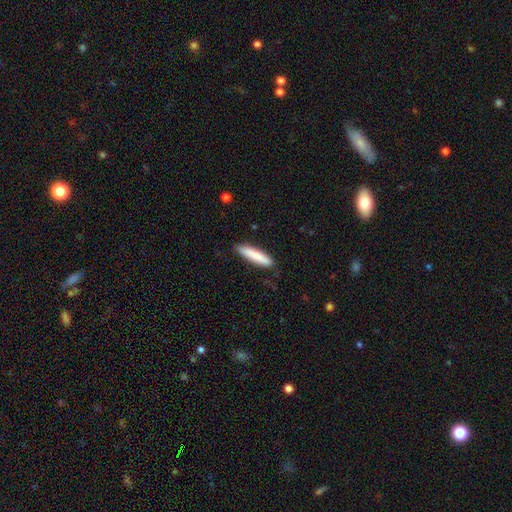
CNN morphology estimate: Smooth or featured? Predicted: smooth (p=0.84). How rounded? Predicted: cigar-shaped (p=0.85). Merging? Predicted: none (p=0.85).